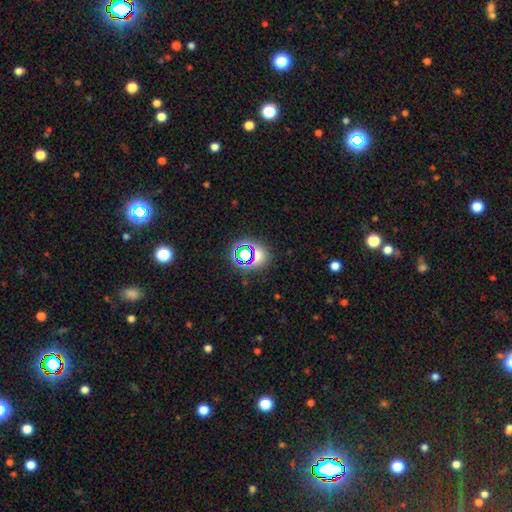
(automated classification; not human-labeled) smooth_or_featured: star or artifact (p=0.53) [alt: smooth p=0.37]